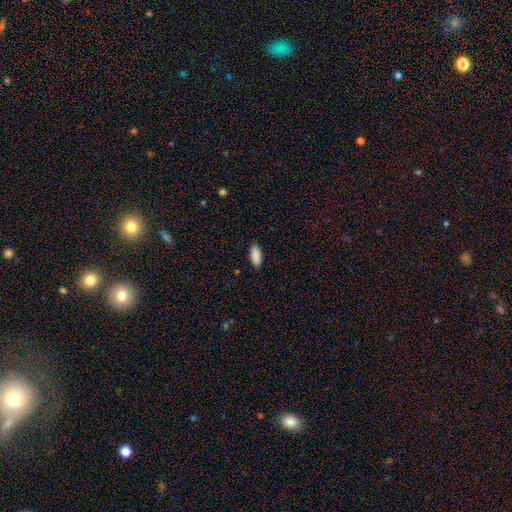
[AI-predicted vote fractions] smooth-or-featured: smooth: 90% | star or artifact: 6% | featured or disk: 3%
  how-rounded: in between: 86% | cigar-shaped: 12% | round: 2%
  merging: none: 89% | minor disturbance: 8% | major disturbance: 2% | merger: 1%